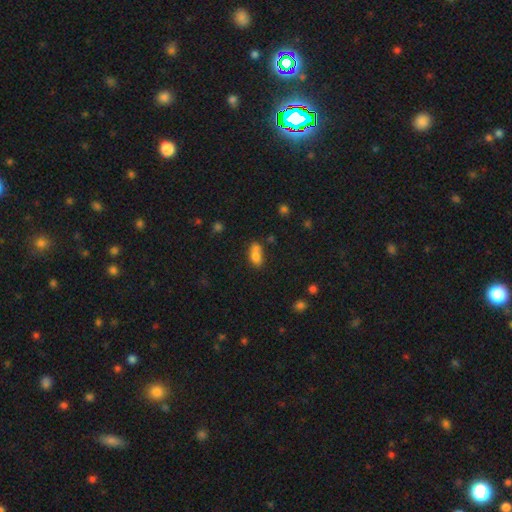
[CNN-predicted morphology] A smooth galaxy with no disk features (75%) that is in between round and cigar-shaped (80%). Merging: merger (42%).